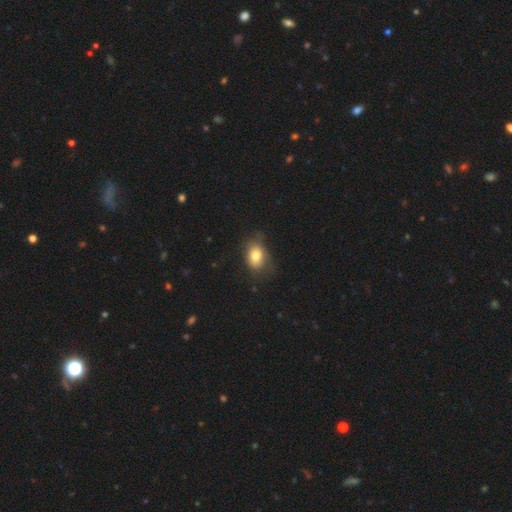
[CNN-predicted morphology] smooth 79%, featured or disk 12%, star or artifact 9%. Down the decision tree: how rounded — in between (78%); merging — none (62%).